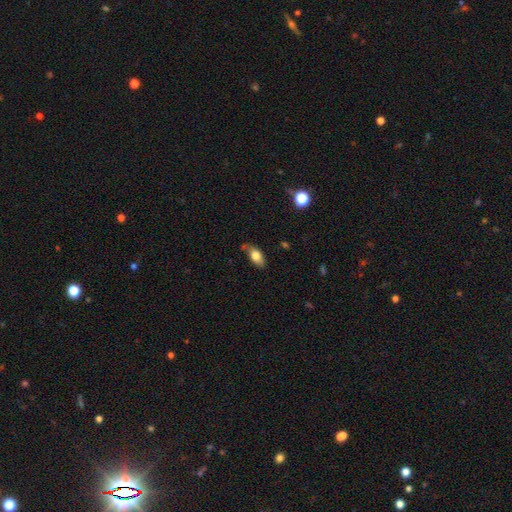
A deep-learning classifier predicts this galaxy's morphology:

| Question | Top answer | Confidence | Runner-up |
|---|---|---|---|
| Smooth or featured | smooth | 76% | featured or disk (16%) |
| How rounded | in between | 87% | cigar-shaped (7%) |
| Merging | none | 61% | minor disturbance (28%) |